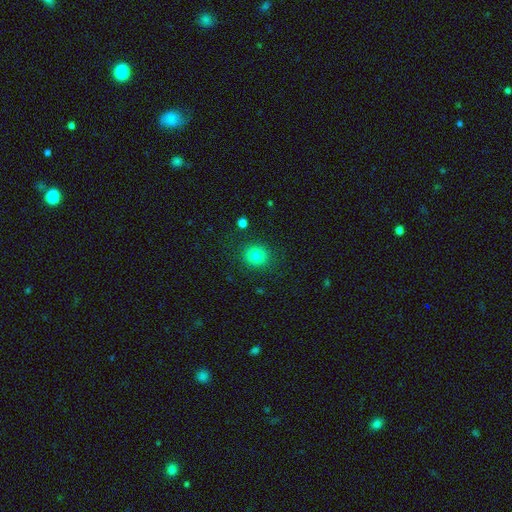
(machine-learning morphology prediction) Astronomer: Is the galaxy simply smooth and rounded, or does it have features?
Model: smooth — 81%.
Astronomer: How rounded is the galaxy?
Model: round — 85%.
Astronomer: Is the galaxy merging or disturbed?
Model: none — 87%.